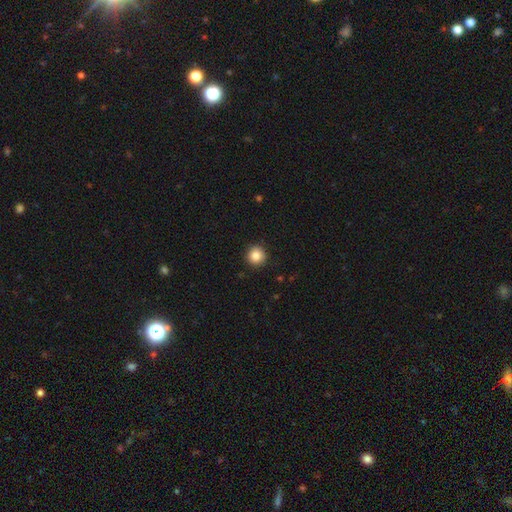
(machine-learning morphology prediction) smooth-or-featured: smooth: 85% | star or artifact: 10% | featured or disk: 5%
  how-rounded: round: 94% | in between: 5% | cigar-shaped: 1%
  merging: none: 91% | minor disturbance: 6% | major disturbance: 2% | merger: 1%